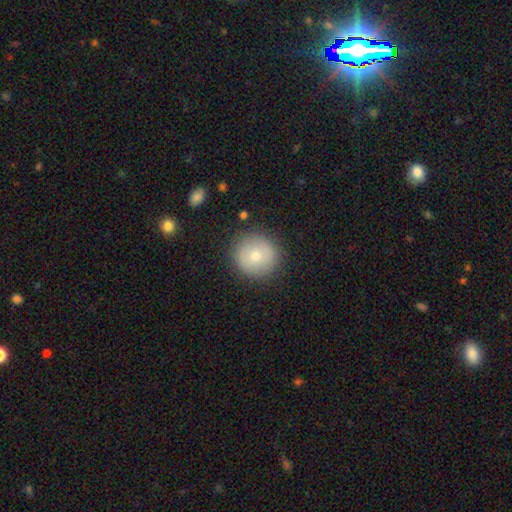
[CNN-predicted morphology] Smooth or featured: smooth — 71% (featured or disk — 20%)
How rounded: round — 94% (in between — 5%)
Merging: none — 87% (minor disturbance — 9%)